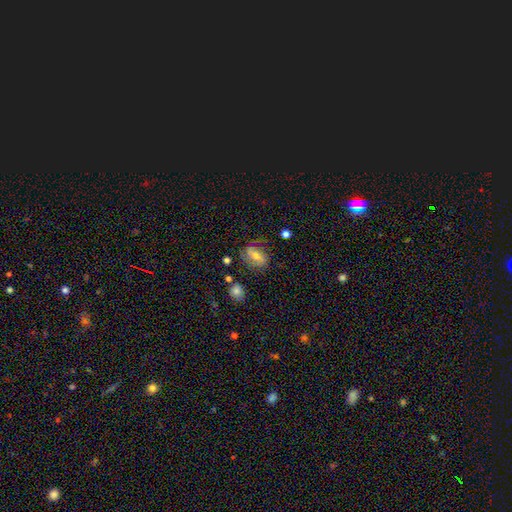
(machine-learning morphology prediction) A smooth galaxy with no disk features (49%). Merging: none (68%).